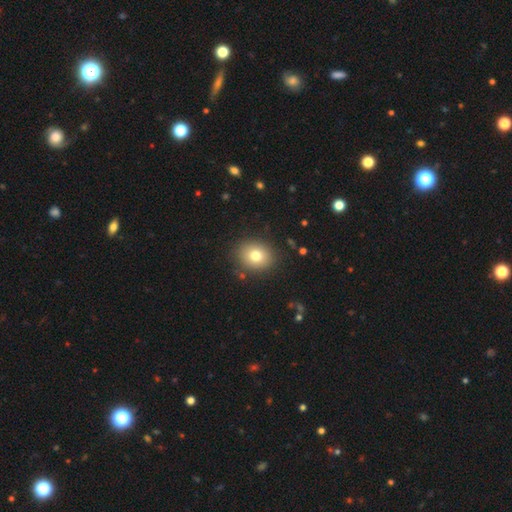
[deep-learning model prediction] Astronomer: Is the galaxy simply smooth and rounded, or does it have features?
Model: smooth — 78%.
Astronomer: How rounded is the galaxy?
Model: round — 62% (runner-up: in between, 38%).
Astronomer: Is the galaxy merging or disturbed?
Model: none — 87%.